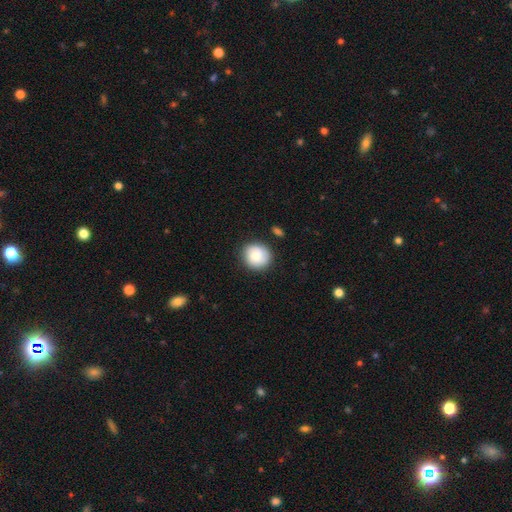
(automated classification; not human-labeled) Morphology: type=smooth (80%); roundness=round (89%); merging=none (83%).